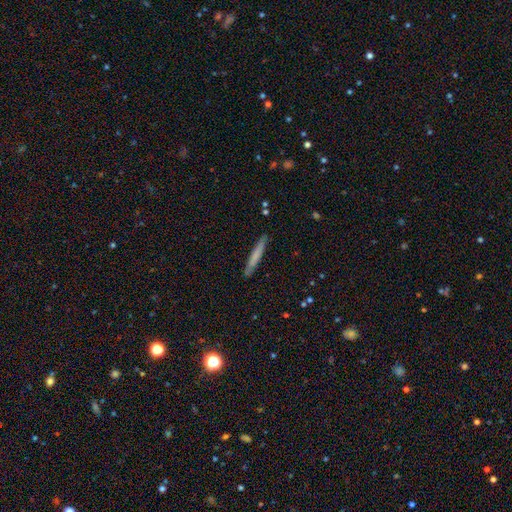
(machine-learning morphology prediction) This is likely a smooth galaxy (66%). How rounded: clearly cigar-shaped (96%). Merging: clearly none (89%).